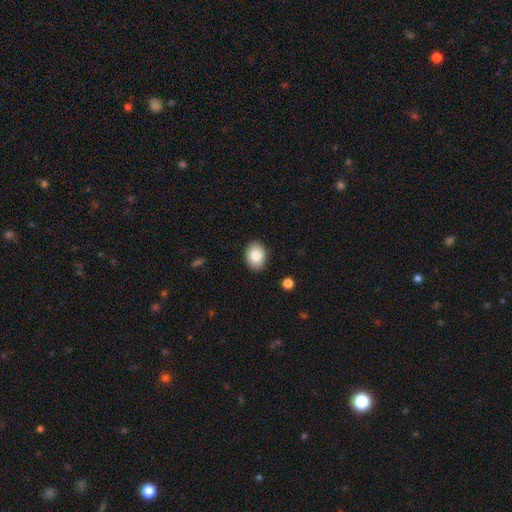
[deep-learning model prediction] Morphology: type=smooth (85%); roundness=in between (69%); merging=none (89%).